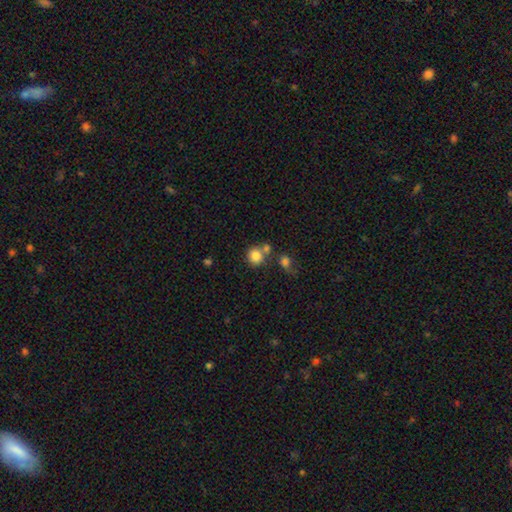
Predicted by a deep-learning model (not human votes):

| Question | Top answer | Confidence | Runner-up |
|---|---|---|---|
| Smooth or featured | smooth | 82% | star or artifact (11%) |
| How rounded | round | 86% | in between (13%) |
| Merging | none | 57% | merger (28%) |